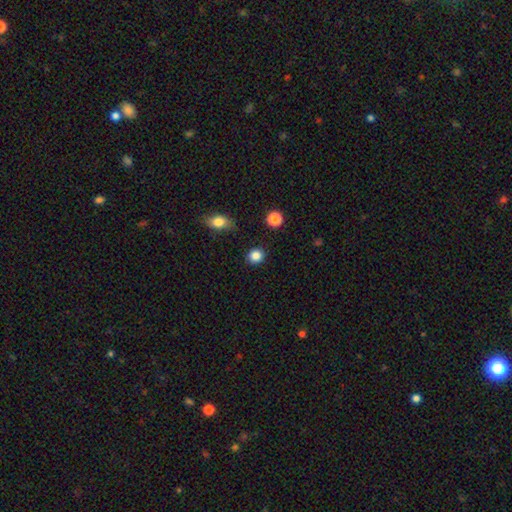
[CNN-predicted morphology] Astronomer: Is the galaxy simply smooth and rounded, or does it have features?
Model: smooth — 86%.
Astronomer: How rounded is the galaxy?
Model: round — 85%.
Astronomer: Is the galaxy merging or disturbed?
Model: none — 89%.